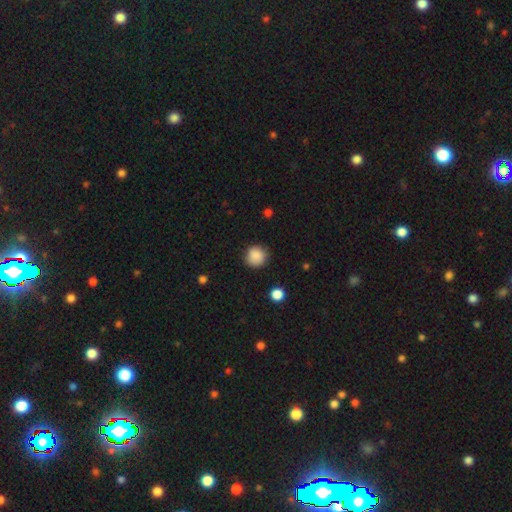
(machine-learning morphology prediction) Overall: smooth (88%). How rounded: round (92%). Merging: none (86%).